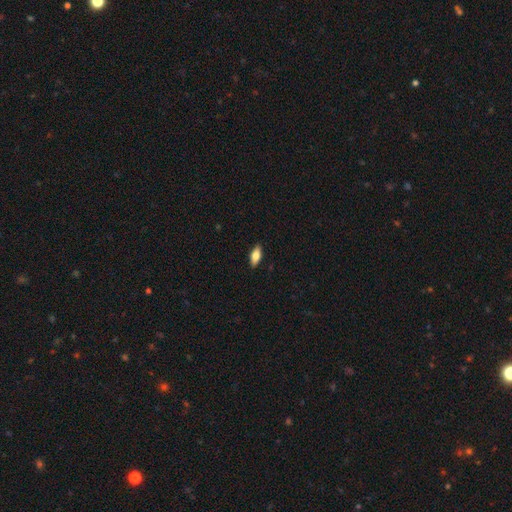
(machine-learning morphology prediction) Smooth or featured: smooth — 70% (featured or disk — 24%)
How rounded: in between — 81% (cigar-shaped — 16%)
Merging: none — 89% (minor disturbance — 8%)